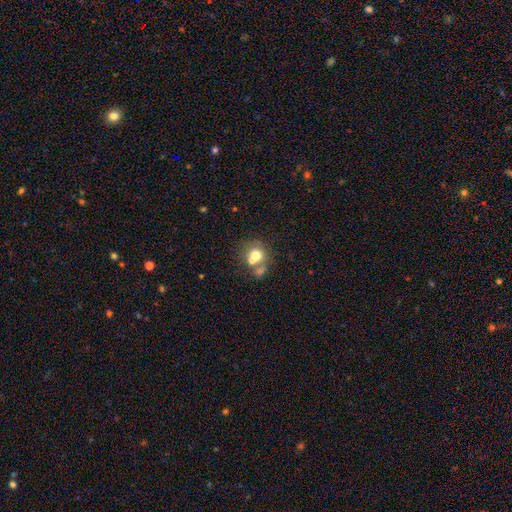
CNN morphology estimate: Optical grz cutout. It shows a smooth galaxy with no disk features (64%) that is round (79%). Merging: merger (45%).